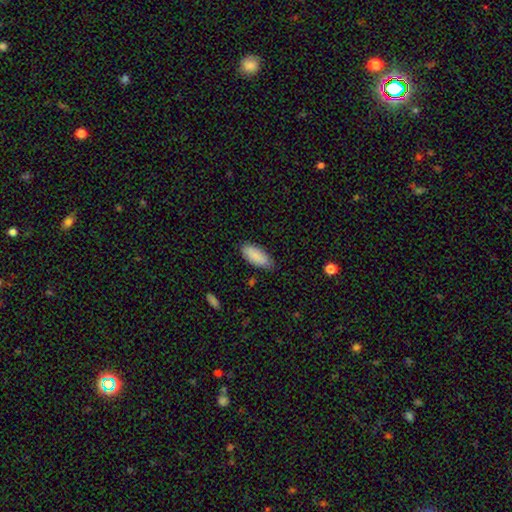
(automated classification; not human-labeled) Smooth or featured?
  - smooth: 88% *
  - star or artifact: 6%
  - featured or disk: 6%
How rounded?
  - in between: 84% *
  - cigar-shaped: 14%
  - round: 2%
Merging?
  - none: 81% *
  - minor disturbance: 16%
  - major disturbance: 3%
  - merger: 1%